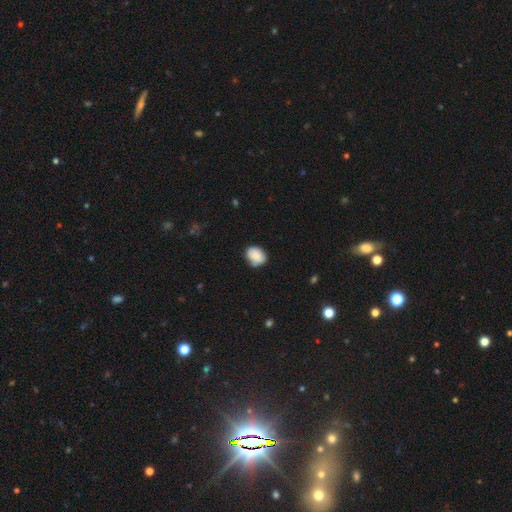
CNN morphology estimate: smooth_or_featured: smooth (p=0.84) [alt: featured or disk p=0.09]
how_rounded: in between (p=0.58) [alt: round p=0.41]
merging: none (p=0.70) [alt: minor disturbance p=0.24]